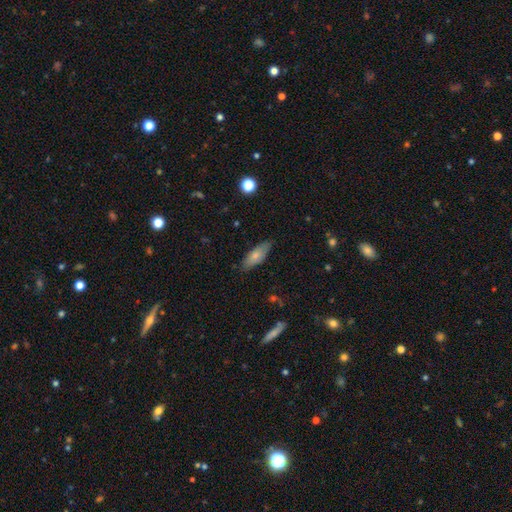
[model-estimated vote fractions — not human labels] A smooth galaxy with no disk features (73%) that is in between round and cigar-shaped (65%). Merging: none (82%).